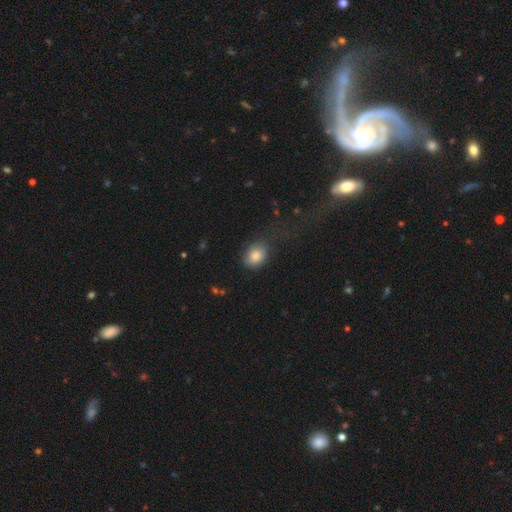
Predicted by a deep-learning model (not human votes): smooth-or-featured: smooth: 84% | star or artifact: 8% | featured or disk: 8%
  how-rounded: in between: 57% | round: 42% | cigar-shaped: 1%
  merging: none: 56% | minor disturbance: 24% | major disturbance: 17% | merger: 3%